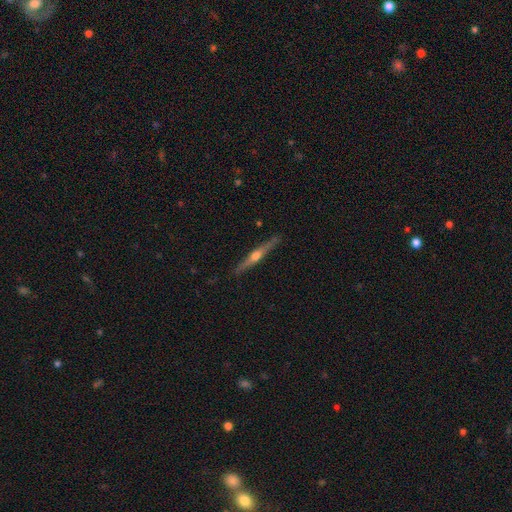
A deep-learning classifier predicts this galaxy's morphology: Smooth or featured?
  - featured or disk: 75% *
  - smooth: 19%
  - star or artifact: 6%
Edge-on disk?
  - yes: 98% *
  - no: 2%
Edge-on bulge?
  - rounded: 92% *
  - none: 4%
  - boxy: 4%
Merging?
  - none: 90% *
  - minor disturbance: 8%
  - major disturbance: 1%
  - merger: 1%